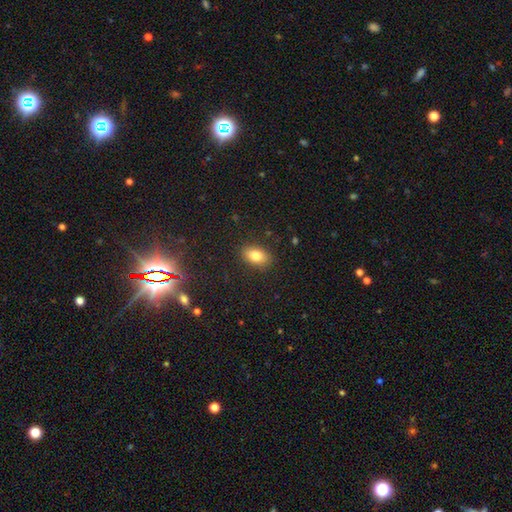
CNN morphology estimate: This is clearly a smooth galaxy (81%). How rounded: clearly in between (88%). Merging: clearly none (87%).